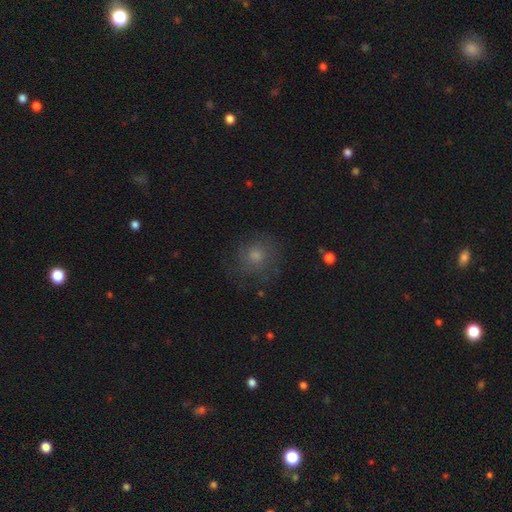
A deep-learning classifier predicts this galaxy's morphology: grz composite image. It shows a smooth galaxy with no disk features (53%) that is round (85%). Merging: none (76%).